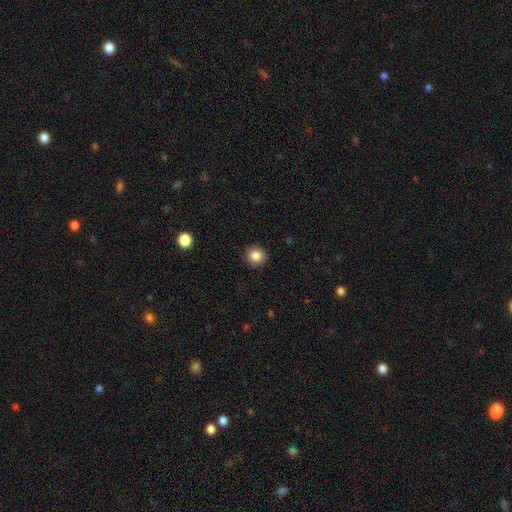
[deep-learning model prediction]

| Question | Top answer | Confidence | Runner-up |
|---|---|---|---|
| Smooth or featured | smooth | 85% | star or artifact (10%) |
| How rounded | round | 90% | in between (9%) |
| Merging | none | 91% | minor disturbance (6%) |